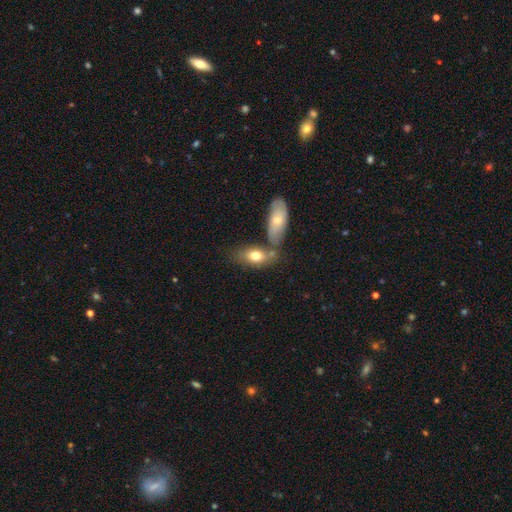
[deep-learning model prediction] Smooth or featured? smooth (70%)
How rounded? in between (83%)
Merging? none (47%)